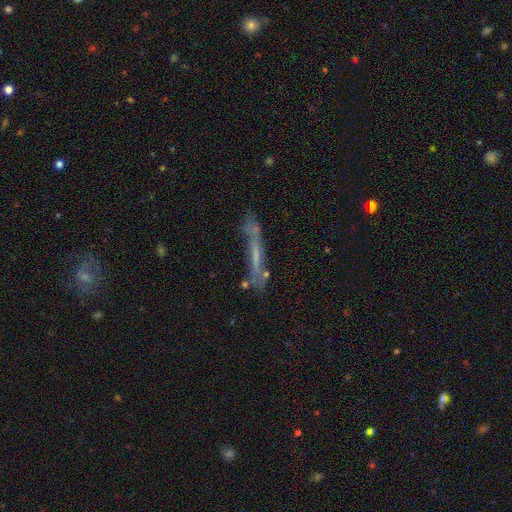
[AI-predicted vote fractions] smooth_or_featured: featured or disk (p=0.54) [alt: smooth p=0.34]
disk_edge_on: yes (p=0.68) [alt: no p=0.32]
merging: none (p=0.57) [alt: minor disturbance p=0.22]